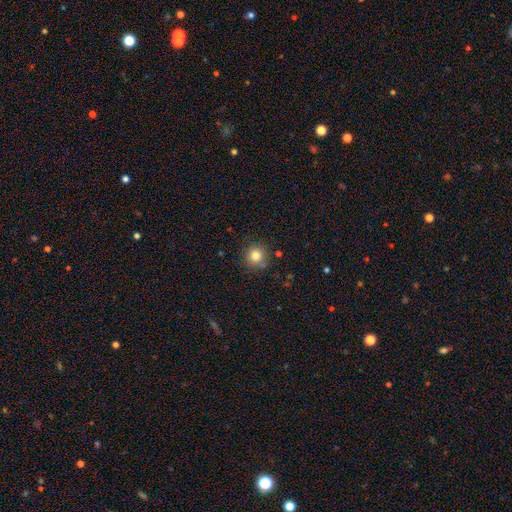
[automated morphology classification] smooth_or_featured: smooth (p=0.81) [alt: star or artifact p=0.12]
how_rounded: round (p=0.94) [alt: in between p=0.05]
merging: none (p=0.83) [alt: minor disturbance p=0.10]